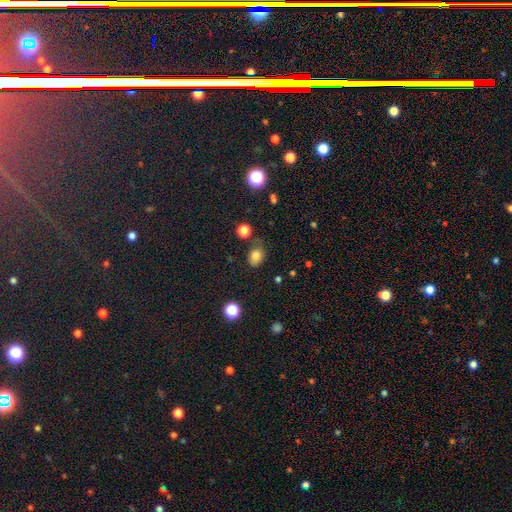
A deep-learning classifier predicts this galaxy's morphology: Smooth or featured?
  - smooth: 80% *
  - star or artifact: 13%
  - featured or disk: 7%
How rounded?
  - in between: 59% *
  - round: 40%
  - cigar-shaped: 1%
Merging?
  - none: 66% *
  - minor disturbance: 22%
  - major disturbance: 6%
  - merger: 5%